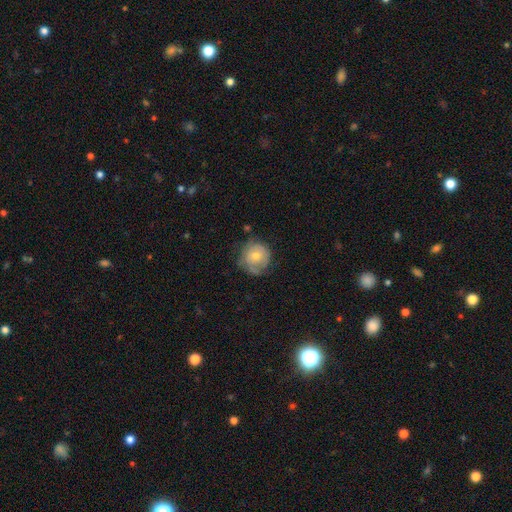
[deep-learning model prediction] Morphology: type=smooth (51%); roundness=round (86%); merging=none (58%).